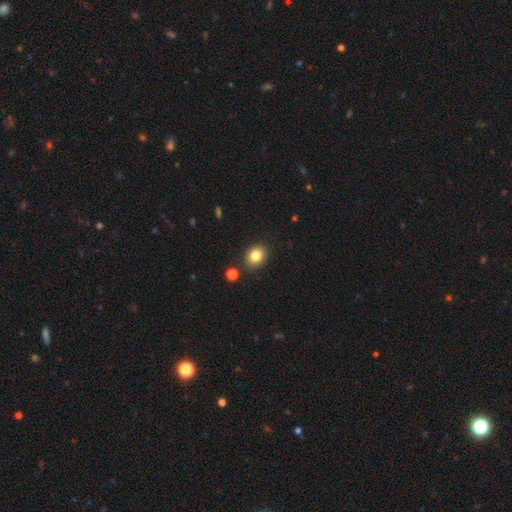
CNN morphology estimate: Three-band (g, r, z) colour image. It shows a smooth galaxy with no disk features (82%) that is round (56%). Merging: none (86%).